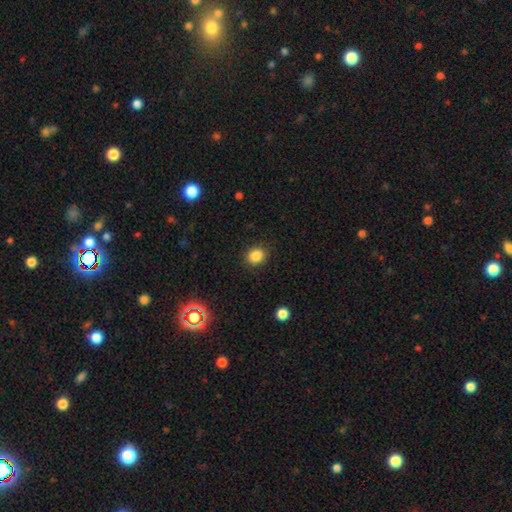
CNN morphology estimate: Smooth or featured: smooth — 86% (star or artifact — 10%)
How rounded: round — 70% (in between — 29%)
Merging: none — 88% (minor disturbance — 8%)